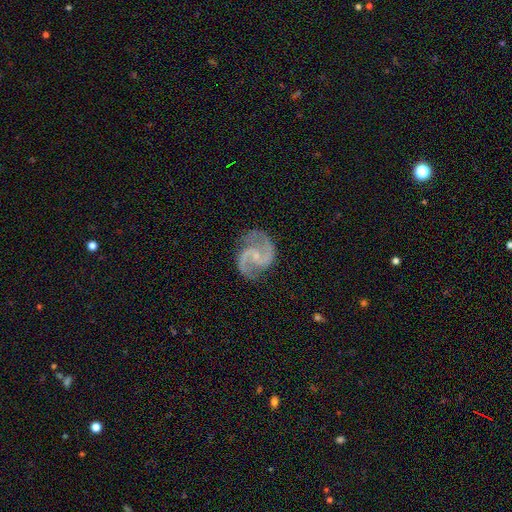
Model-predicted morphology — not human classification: Q: Smooth or featured?
A: featured or disk (93%); runner-up: star or artifact (4%)
Q: Edge-on disk?
A: no (98%); runner-up: yes (2%)
Q: Bar?
A: no (48%); runner-up: weak (40%)
Q: Spiral arms?
A: yes (98%); runner-up: no (2%)
Q: Spiral winding?
A: medium (66%); runner-up: loose (20%)
Q: Spiral arm count?
A: 2 (94%); runner-up: can't tell (1%)
Q: Bulge size?
A: small (71%); runner-up: moderate (15%)
Q: Merging?
A: none (81%); runner-up: minor disturbance (13%)